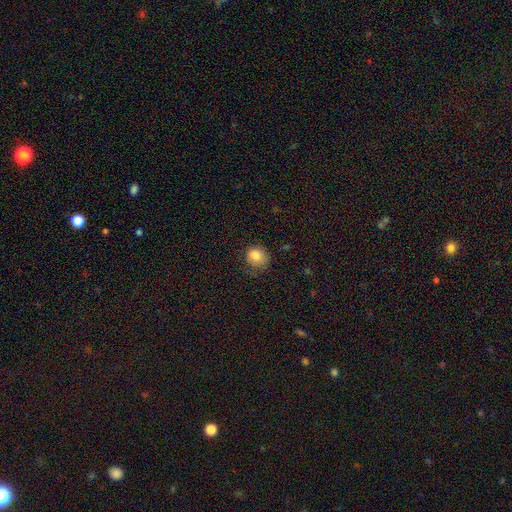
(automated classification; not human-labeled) smooth_or_featured: smooth (p=0.84) [alt: star or artifact p=0.09]
how_rounded: round (p=0.80) [alt: in between p=0.20]
merging: none (p=0.64) [alt: minor disturbance p=0.24]